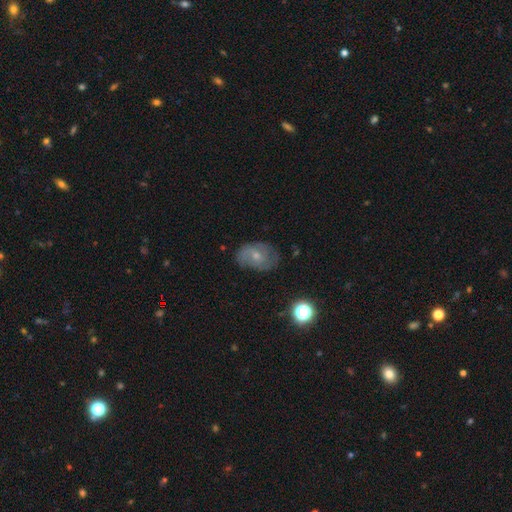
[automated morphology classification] smooth_or_featured: featured or disk (p=0.61) [alt: smooth p=0.29]
disk_edge_on: no (p=0.96) [alt: yes p=0.04]
bar: no (p=0.62) [alt: weak p=0.33]
has_spiral_arms: yes (p=0.84) [alt: no p=0.16]
bulge_size: small (p=0.57) [alt: moderate p=0.38]
merging: none (p=0.68) [alt: minor disturbance p=0.23]